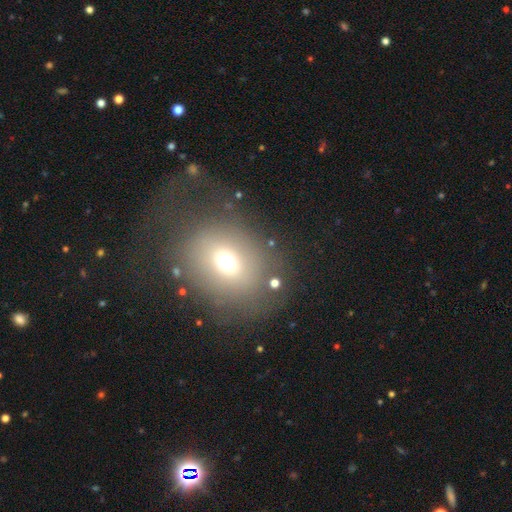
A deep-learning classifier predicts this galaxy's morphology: This is likely a smooth galaxy (61%). How rounded: possibly round (50%). Merging: possibly none (59%).